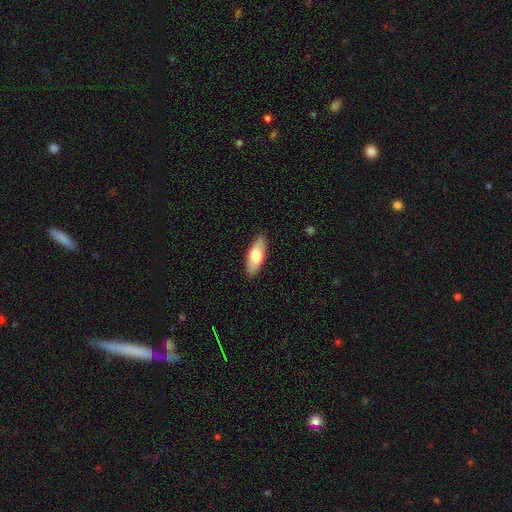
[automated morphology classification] This is likely a smooth galaxy (76%). How rounded: likely in between (76%). Merging: clearly none (88%).